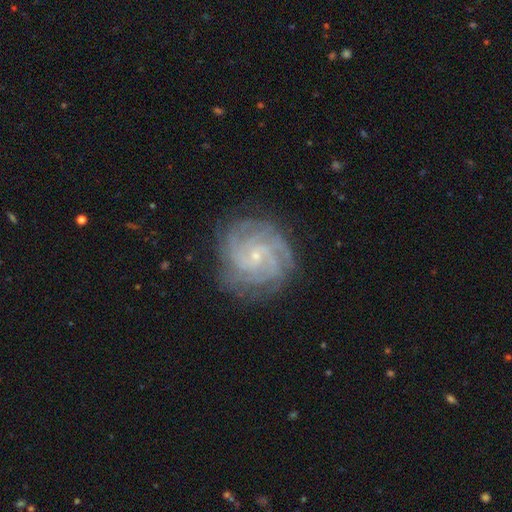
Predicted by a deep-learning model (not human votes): Overall: featured or disk (86%). Edge-on disk: no (98%). Bar: no (67%; weak 27%). Spiral arms: yes (98%). Spiral arm count: 4 (28%; can't tell 22%). Spiral winding: tight (74%). Bulge size: small (84%). Merging: none (82%).